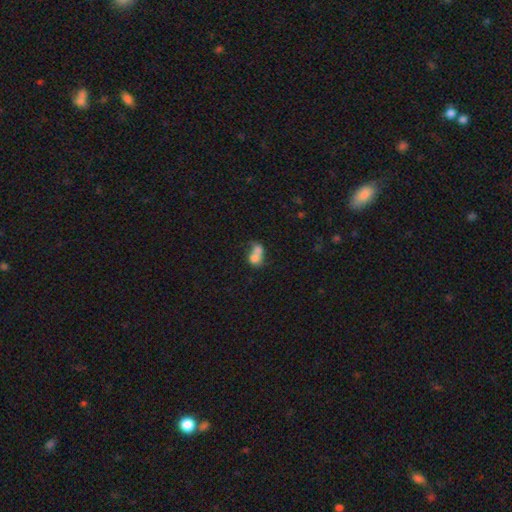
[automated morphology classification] A smooth galaxy with no disk features (71%) that is round (53%).

Vote fractions:
- Smooth or featured? smooth: 71% / featured or disk: 19% / star or artifact: 10%
- How rounded? round: 53% / in between: 46% / cigar-shaped: 1%
- Merging? merger: 74% / none: 16% / minor disturbance: 6% / major disturbance: 5%